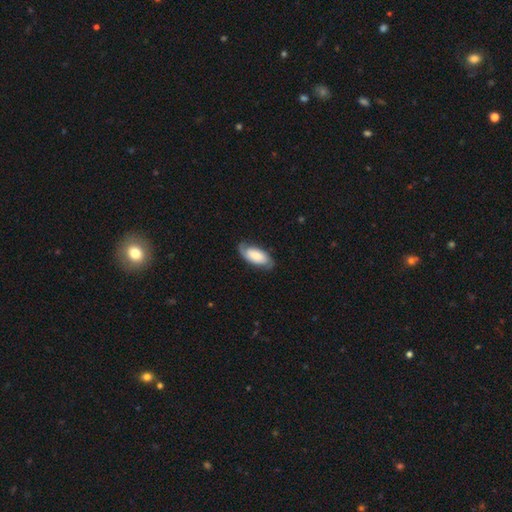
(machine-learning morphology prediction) Overall: smooth (47%, tied with featured or disk). Merging: none (72%).